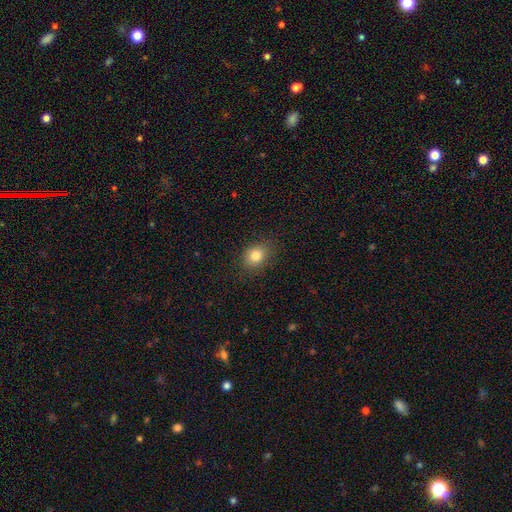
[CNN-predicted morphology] smooth 81%, star or artifact 11%, featured or disk 8%. Down the decision tree: how rounded — in between (51%); merging — none (85%).